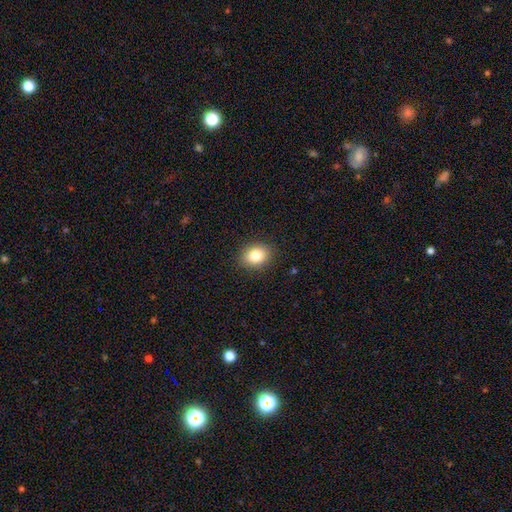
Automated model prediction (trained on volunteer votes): Smooth or featured: smooth — 83% (star or artifact — 10%)
How rounded: in between — 53% (round — 46%)
Merging: none — 89% (minor disturbance — 8%)